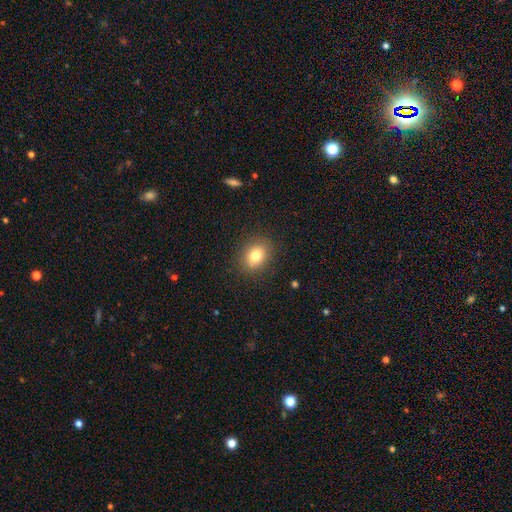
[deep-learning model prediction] The model was most divided on "how rounded": in between: 57%, round: 41%, cigar-shaped: 1%. More confident: merging — none (86%); smooth or featured — smooth (79%).